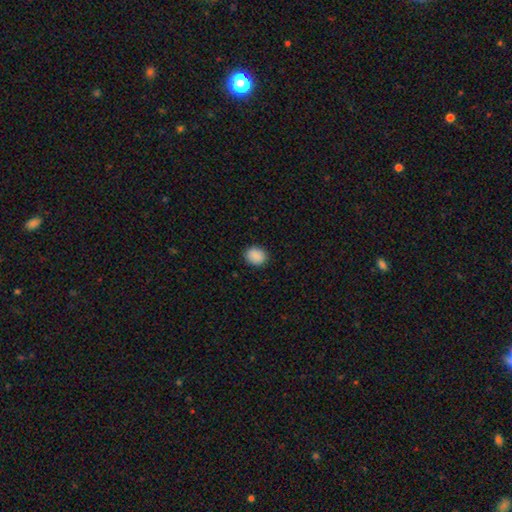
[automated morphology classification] type=smooth (90%); roundness=round (60%); merging=none (89%).